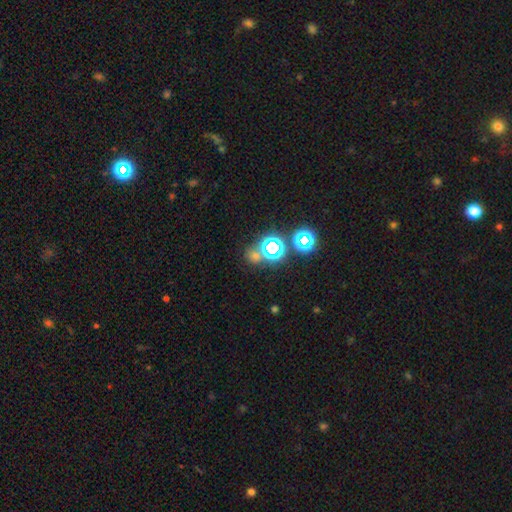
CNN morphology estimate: This is possibly a star or artifact rather than a galaxy (48%).